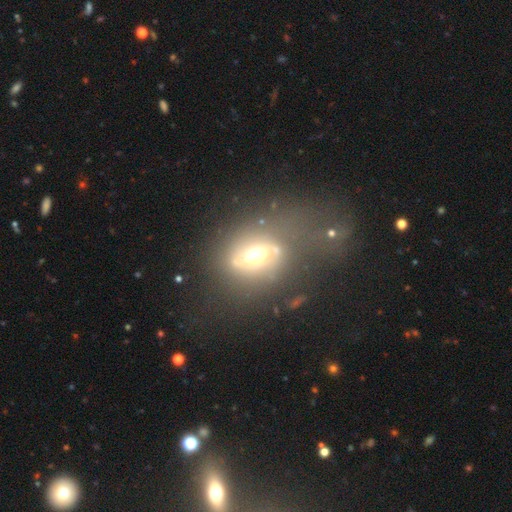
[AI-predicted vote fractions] Morphology: type=featured or disk (56%); edge-on=no (78%); merging=none (37%).